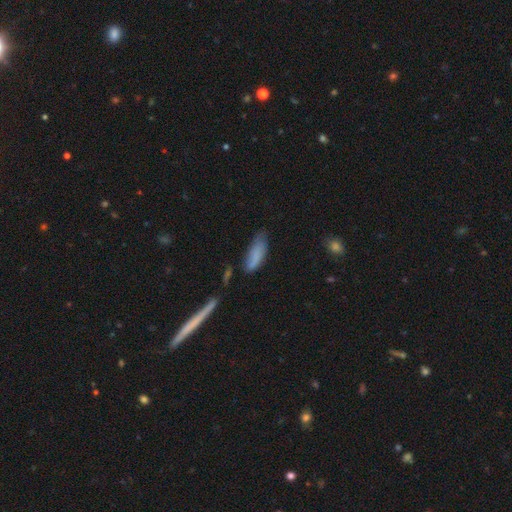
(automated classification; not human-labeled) The model was most divided on "merging": none: 50%, minor disturbance: 33%, major disturbance: 12%, merger: 5%. More confident: smooth or featured — smooth (76%); how rounded — in between (60%).